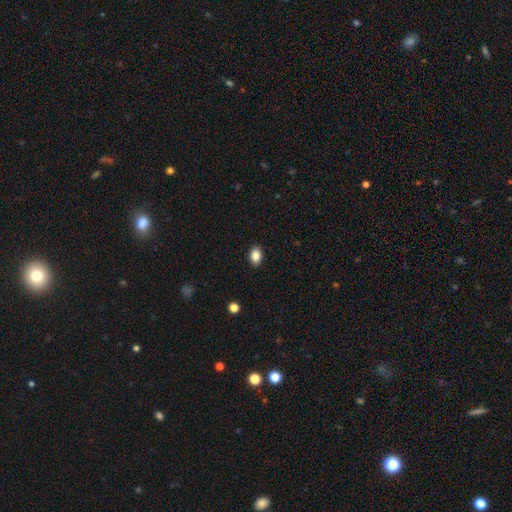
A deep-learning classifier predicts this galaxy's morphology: Overall: smooth (86%). How rounded: in between (76%). Merging: none (90%).